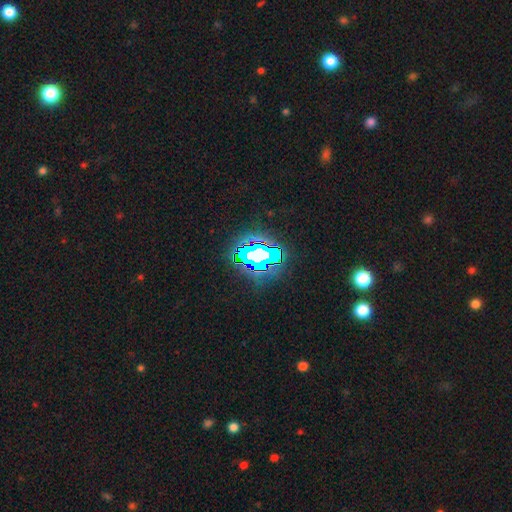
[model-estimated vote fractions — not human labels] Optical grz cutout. It shows a star or artifact, not a galaxy (62%).